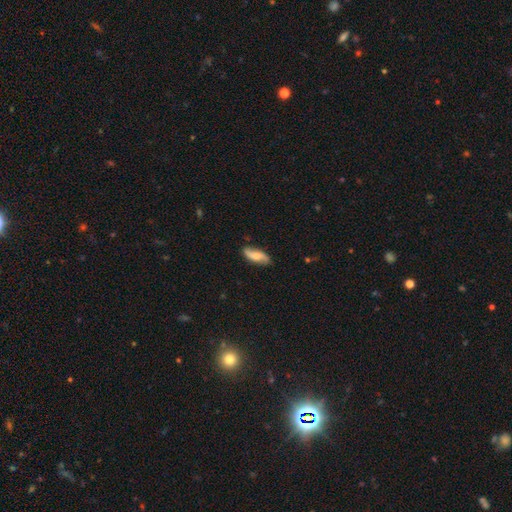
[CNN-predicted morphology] Smooth or featured?
  - featured or disk: 50% *
  - smooth: 43%
  - star or artifact: 7%
Edge-on disk?
  - no: 86% *
  - yes: 14%
Merging?
  - none: 79% *
  - minor disturbance: 16%
  - major disturbance: 3%
  - merger: 2%